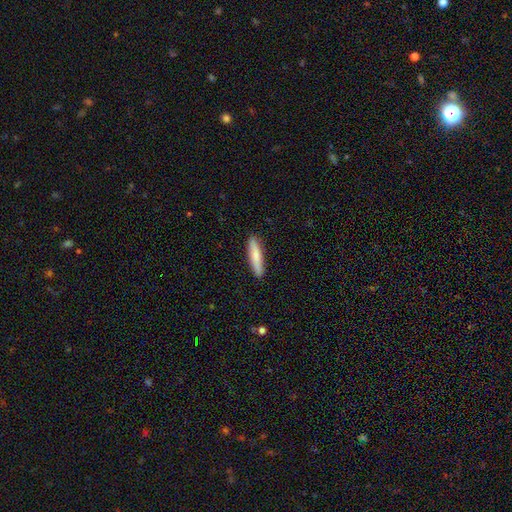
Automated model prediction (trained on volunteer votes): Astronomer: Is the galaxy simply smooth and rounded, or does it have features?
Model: smooth — 78%.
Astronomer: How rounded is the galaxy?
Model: cigar-shaped — 87%.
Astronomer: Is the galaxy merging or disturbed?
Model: none — 90%.